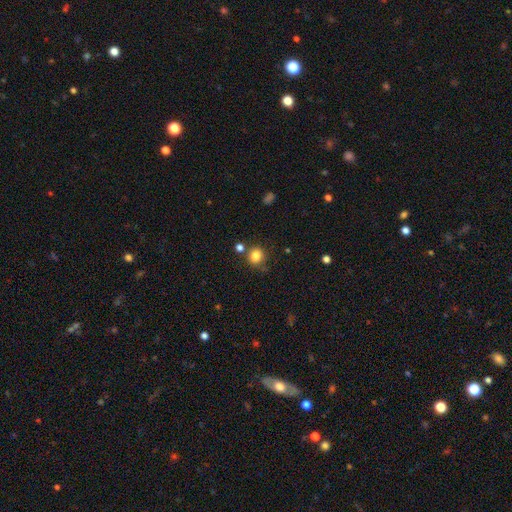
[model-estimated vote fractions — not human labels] Morphology: type=smooth (83%); roundness=round (87%); merging=none (74%).